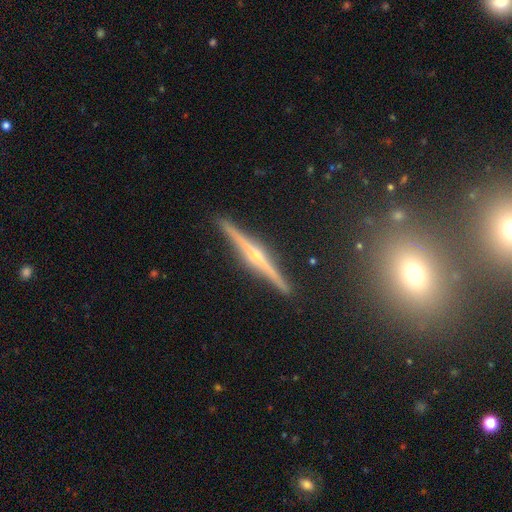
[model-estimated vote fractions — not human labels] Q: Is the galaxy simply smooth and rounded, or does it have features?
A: featured or disk — 86%.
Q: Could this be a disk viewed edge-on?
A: yes — 98%.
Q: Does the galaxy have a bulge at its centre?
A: rounded — 89%.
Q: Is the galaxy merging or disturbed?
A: none — 92%.